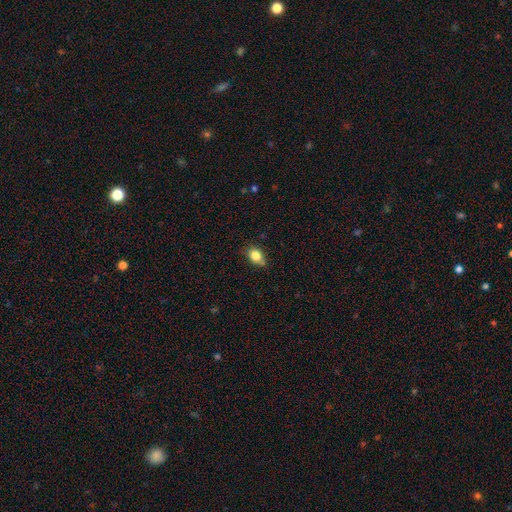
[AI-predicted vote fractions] This is clearly a smooth galaxy (83%). How rounded: likely in between (62%). Merging: likely none (71%).